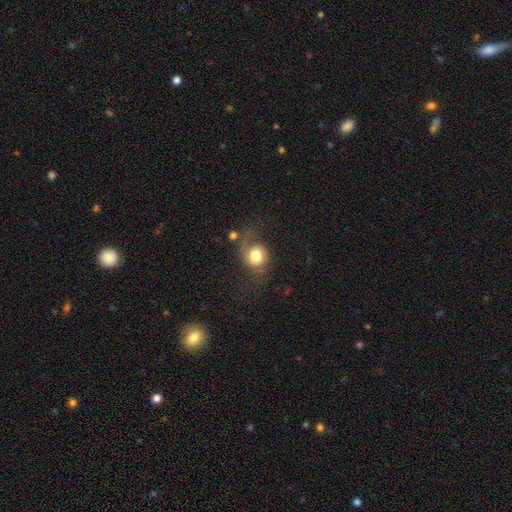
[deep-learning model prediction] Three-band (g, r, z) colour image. It shows a smooth galaxy with no disk features (64%) that is round (73%). Merging: none (42%).